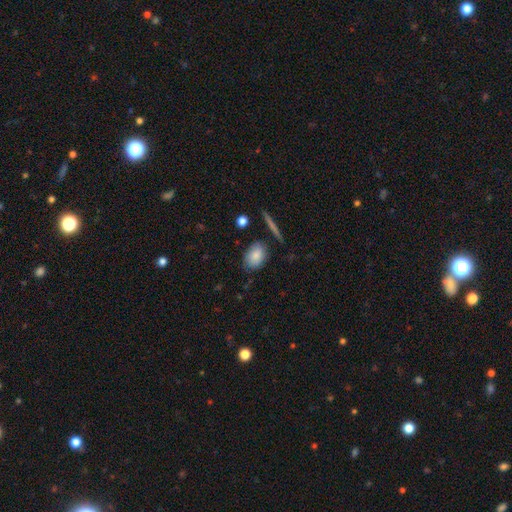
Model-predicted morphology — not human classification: Smooth or featured? Predicted: smooth (p=0.83). How rounded? Predicted: in between (p=0.78). Merging? Predicted: none (p=0.76).